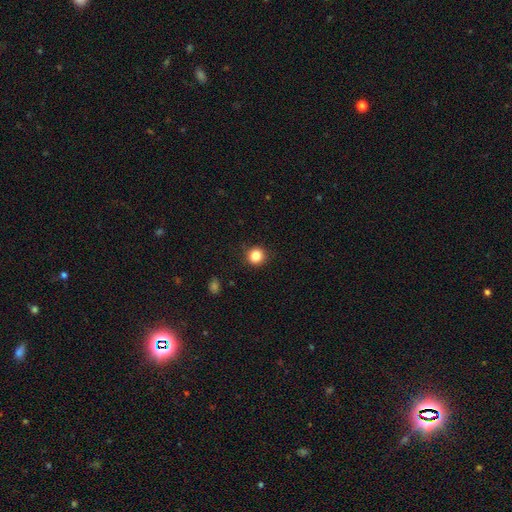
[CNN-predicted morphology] Smooth or featured?
  - smooth: 85% *
  - star or artifact: 11%
  - featured or disk: 4%
How rounded?
  - round: 92% *
  - in between: 7%
  - cigar-shaped: 1%
Merging?
  - none: 89% *
  - minor disturbance: 7%
  - major disturbance: 2%
  - merger: 1%